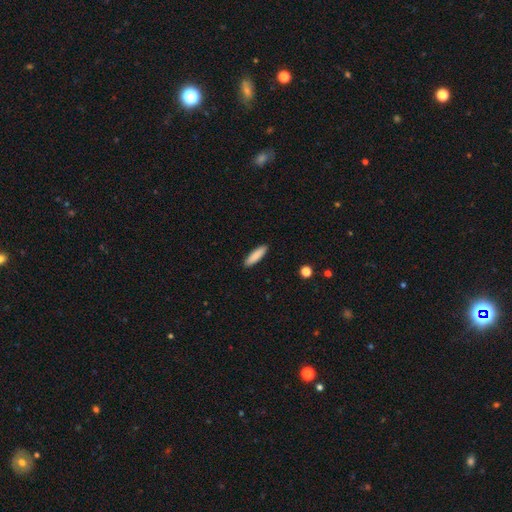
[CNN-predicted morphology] This is clearly a smooth galaxy (88%). How rounded: likely cigar-shaped (69%). Merging: clearly none (91%).